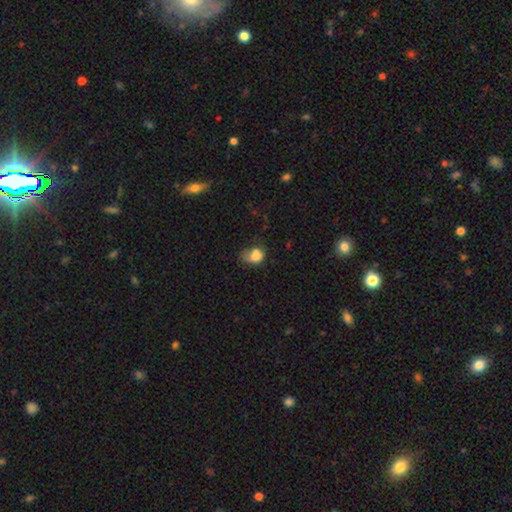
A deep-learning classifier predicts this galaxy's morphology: The model was most divided on "merging": minor disturbance: 32%, major disturbance: 30%, none: 26%, merger: 13%. More confident: smooth or featured — smooth (75%); how rounded — in between (63%).